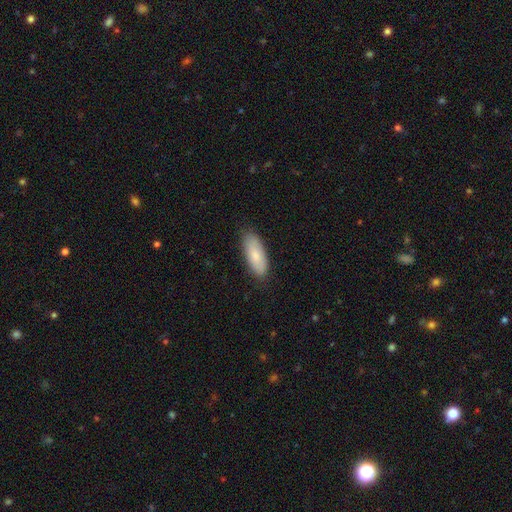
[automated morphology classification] Smooth or featured: smooth — 80% (featured or disk — 15%)
How rounded: in between — 77% (cigar-shaped — 21%)
Merging: none — 85% (minor disturbance — 12%)